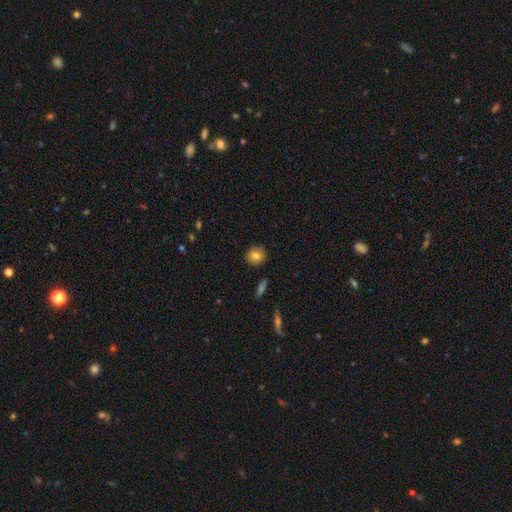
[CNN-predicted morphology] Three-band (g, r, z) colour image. It shows a smooth galaxy with no disk features (81%) that is round (85%). Merging: none (89%).